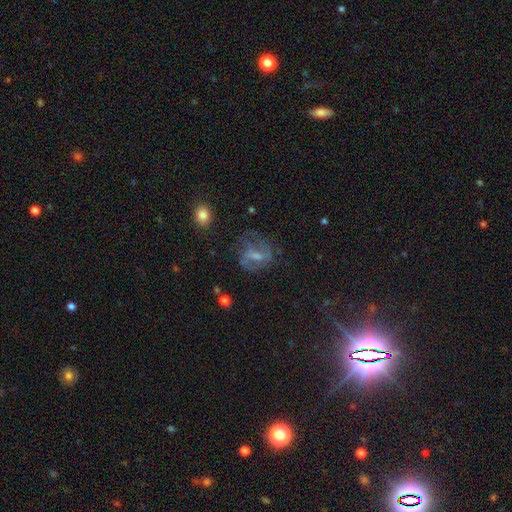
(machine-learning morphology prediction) type=featured or disk (57%); edge-on=no (95%); bar=weak (49%); spiral arms=yes (78%); bulge=small (43%); merging=none (68%).